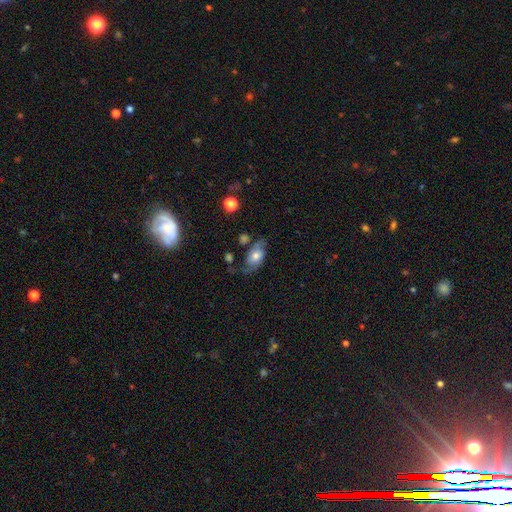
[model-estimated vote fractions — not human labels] Q: Smooth or featured?
A: featured or disk (58%); runner-up: smooth (33%)
Q: Edge-on disk?
A: no (94%); runner-up: yes (6%)
Q: Bar?
A: no (71%); runner-up: weak (23%)
Q: Spiral arms?
A: yes (84%); runner-up: no (16%)
Q: Bulge size?
A: moderate (60%); runner-up: small (19%)
Q: Merging?
A: none (56%); runner-up: minor disturbance (23%)